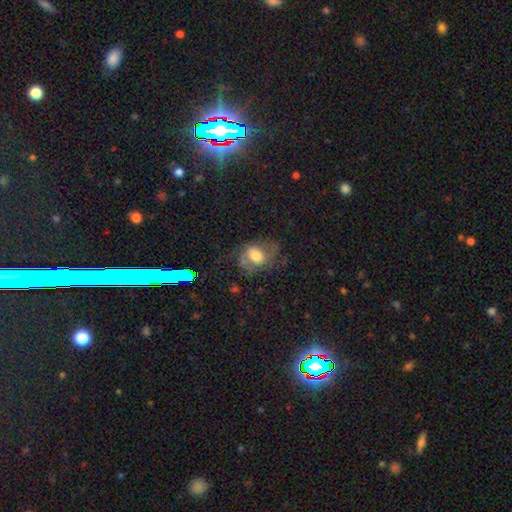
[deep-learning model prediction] This is marginally a featured or disk galaxy (44%). Merging: marginally none (45%).